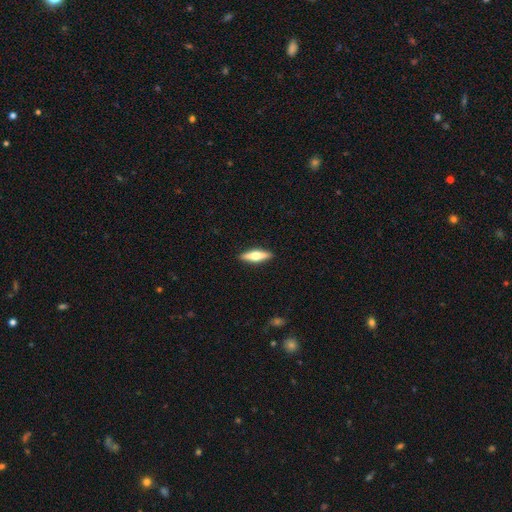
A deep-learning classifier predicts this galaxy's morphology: This appears to be a featured or disk galaxy (48%). Merging: none (91%).